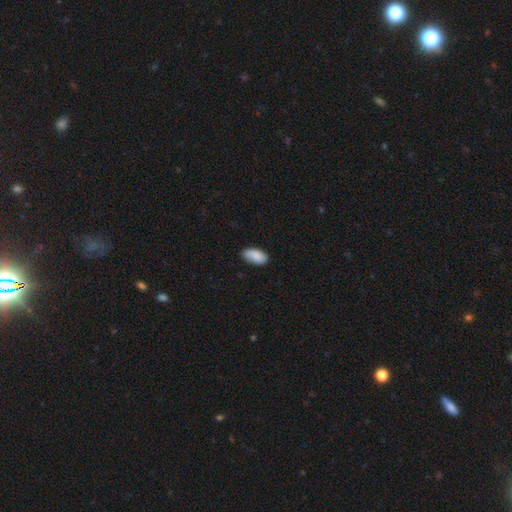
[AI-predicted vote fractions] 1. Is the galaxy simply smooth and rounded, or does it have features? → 87% smooth, 7% featured or disk, 6% star or artifact.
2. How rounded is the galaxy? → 95% in between, 3% round, 2% cigar-shaped.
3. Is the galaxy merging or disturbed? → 78% none, 18% minor disturbance, 3% major disturbance, 1% merger.